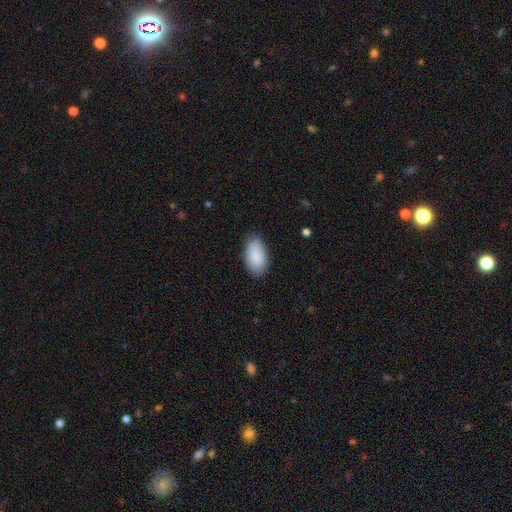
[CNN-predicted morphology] The model was most divided on "merging": none: 80%, minor disturbance: 16%, major disturbance: 3%, merger: 1%. More confident: how rounded — in between (95%); smooth or featured — smooth (89%).